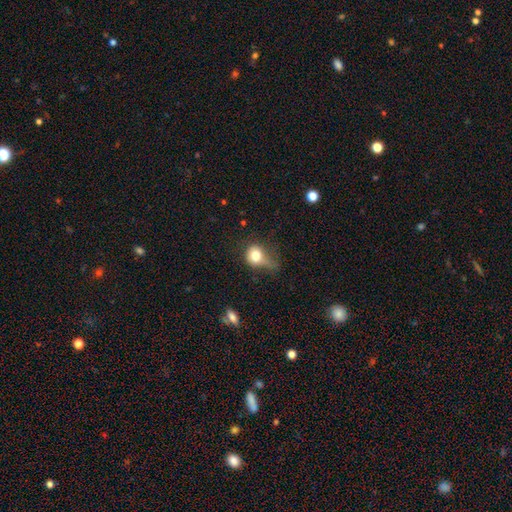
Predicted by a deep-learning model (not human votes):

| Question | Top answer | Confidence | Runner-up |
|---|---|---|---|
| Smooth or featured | smooth | 76% | featured or disk (13%) |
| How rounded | round | 61% | in between (37%) |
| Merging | major disturbance | 36% | minor disturbance (31%) |